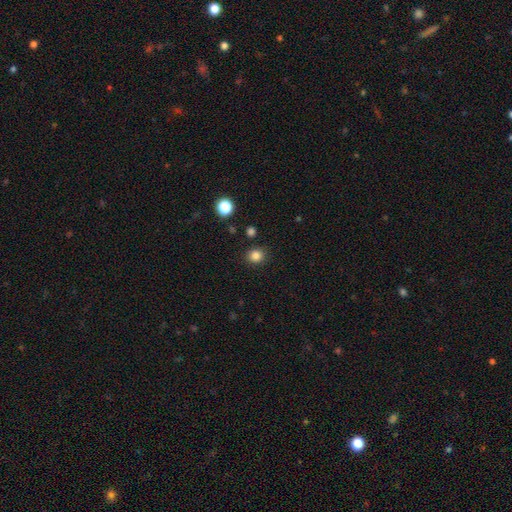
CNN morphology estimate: A smooth galaxy with no disk features (83%) that is round (85%).

Vote fractions:
- Smooth or featured? smooth: 83% / star or artifact: 13% / featured or disk: 4%
- How rounded? round: 85% / in between: 14% / cigar-shaped: 1%
- Merging? none: 89% / minor disturbance: 7% / major disturbance: 2% / merger: 2%